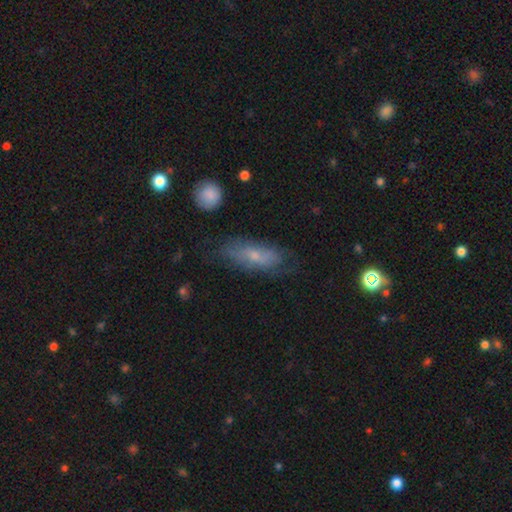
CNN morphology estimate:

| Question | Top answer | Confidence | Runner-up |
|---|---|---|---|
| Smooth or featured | smooth | 55% | featured or disk (37%) |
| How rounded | in between | 64% | cigar-shaped (32%) |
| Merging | none | 62% | minor disturbance (25%) |